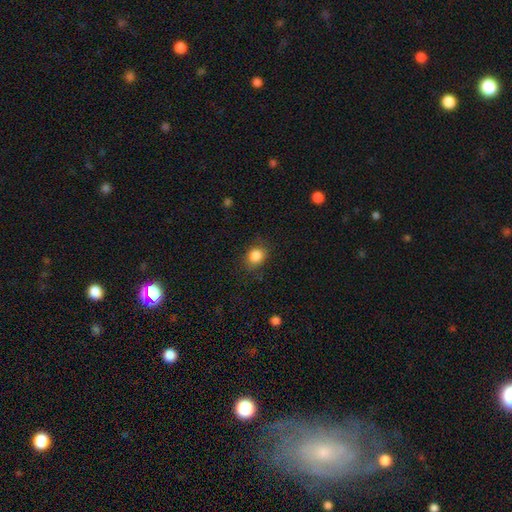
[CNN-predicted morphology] smooth-or-featured: smooth: 86% | star or artifact: 10% | featured or disk: 5%
  how-rounded: round: 58% | in between: 41% | cigar-shaped: 1%
  merging: none: 79% | minor disturbance: 15% | major disturbance: 5% | merger: 1%